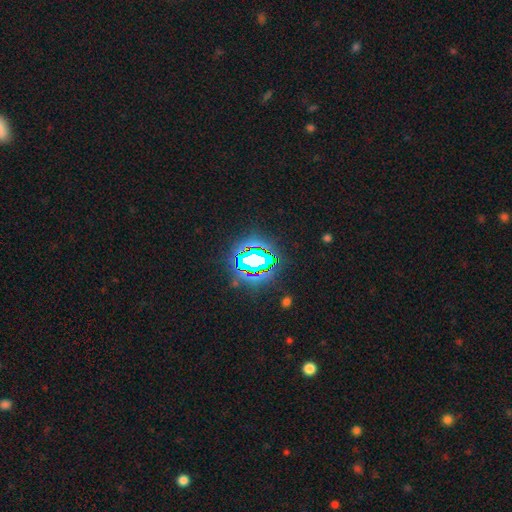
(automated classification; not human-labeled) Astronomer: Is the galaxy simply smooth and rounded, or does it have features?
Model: star or artifact — 79%.